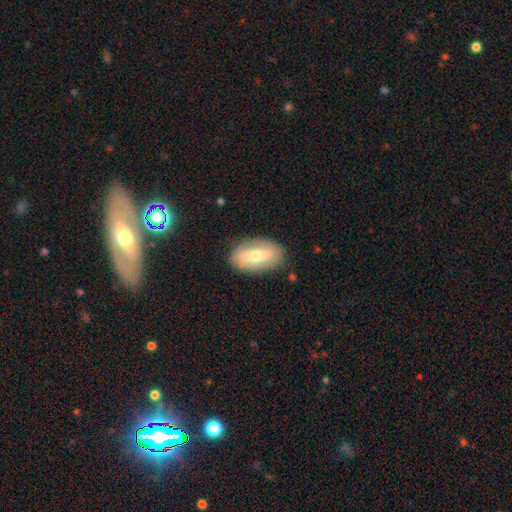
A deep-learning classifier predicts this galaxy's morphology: A smooth galaxy with no disk features (52%) that is in between round and cigar-shaped (89%). Merging: none (83%).